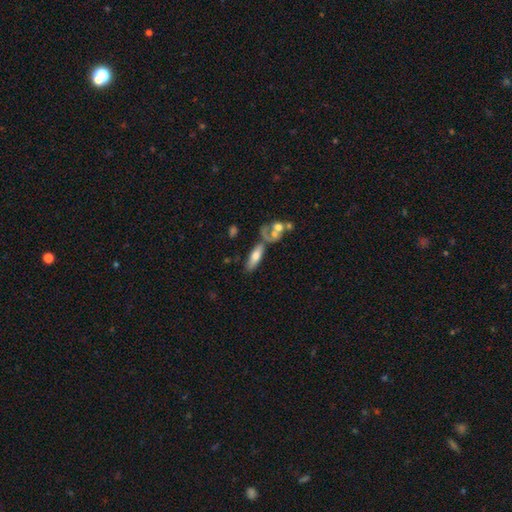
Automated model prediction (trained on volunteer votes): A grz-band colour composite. It shows a smooth galaxy with no disk features (59%) that is in between round and cigar-shaped (55%). Merging: none (50%).